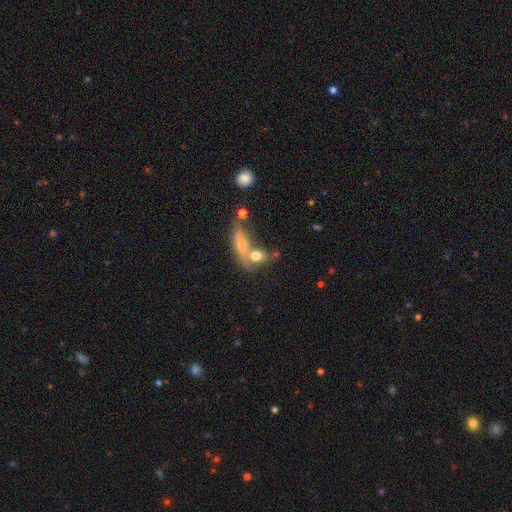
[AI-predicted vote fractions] This appears to be a smooth galaxy with no disk features (67%) that is in between round and cigar-shaped (55%). Merging: merger (50%).